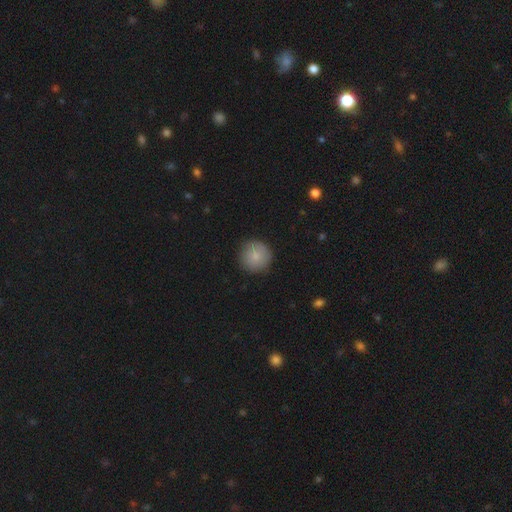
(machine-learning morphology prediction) Smooth or featured?
  - smooth: 83% *
  - featured or disk: 9%
  - star or artifact: 7%
How rounded?
  - round: 95% *
  - in between: 4%
  - cigar-shaped: 1%
Merging?
  - none: 88% *
  - minor disturbance: 9%
  - major disturbance: 2%
  - merger: 1%